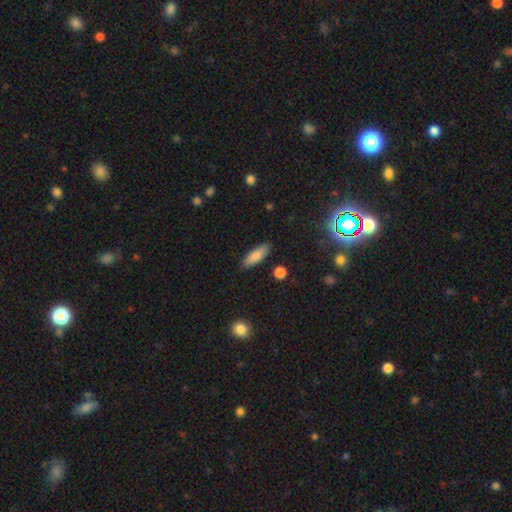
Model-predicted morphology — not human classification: This is clearly a smooth galaxy (82%). How rounded: possibly in between (54%). Merging: clearly none (87%).